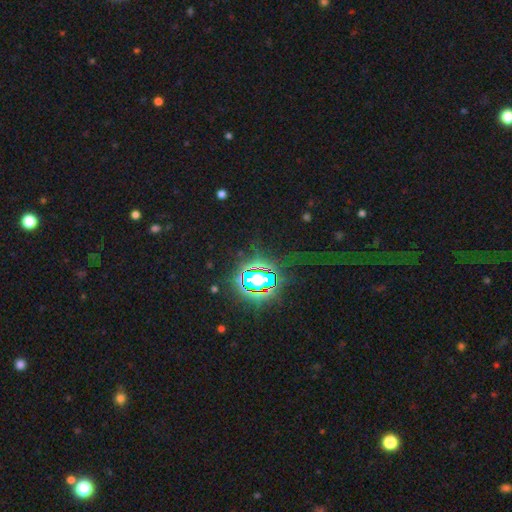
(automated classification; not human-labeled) A star or artifact, not a galaxy (83%).